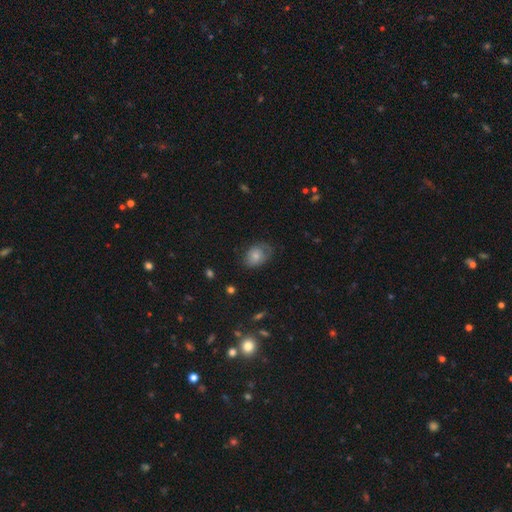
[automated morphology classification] This is likely a smooth galaxy (70%). How rounded: likely in between (71%). Merging: possibly none (59%).